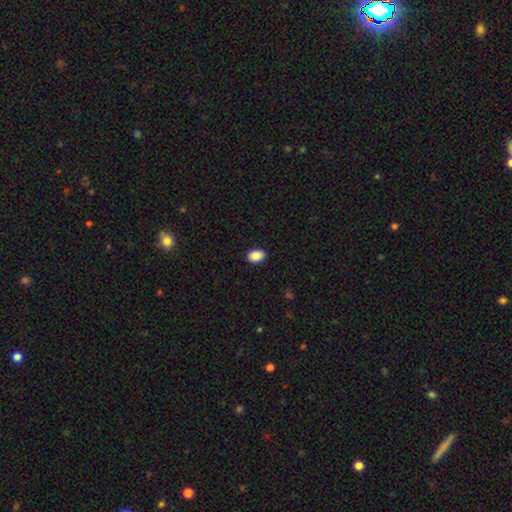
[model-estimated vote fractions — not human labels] smooth 89%, star or artifact 8%, featured or disk 3%. Down the decision tree: how rounded — in between (77%); merging — none (90%).